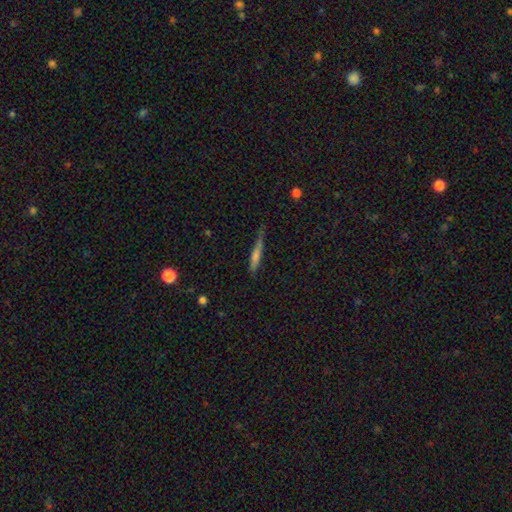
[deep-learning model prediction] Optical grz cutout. It shows a featured or disk galaxy (45%). Merging: none (77%).